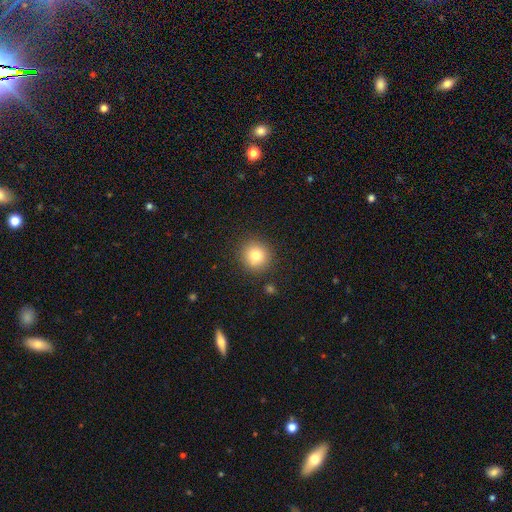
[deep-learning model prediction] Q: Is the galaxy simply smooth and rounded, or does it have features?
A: smooth — 80%.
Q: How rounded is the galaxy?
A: round — 93%.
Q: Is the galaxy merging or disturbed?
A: none — 88%.